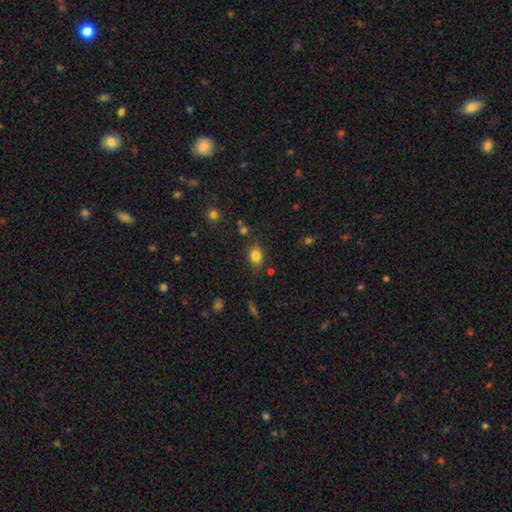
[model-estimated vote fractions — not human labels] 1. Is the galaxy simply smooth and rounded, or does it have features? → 82% smooth, 11% star or artifact, 8% featured or disk.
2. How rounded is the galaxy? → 64% in between, 35% round, 2% cigar-shaped.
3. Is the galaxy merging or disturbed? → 74% none, 17% minor disturbance, 5% major disturbance, 4% merger.